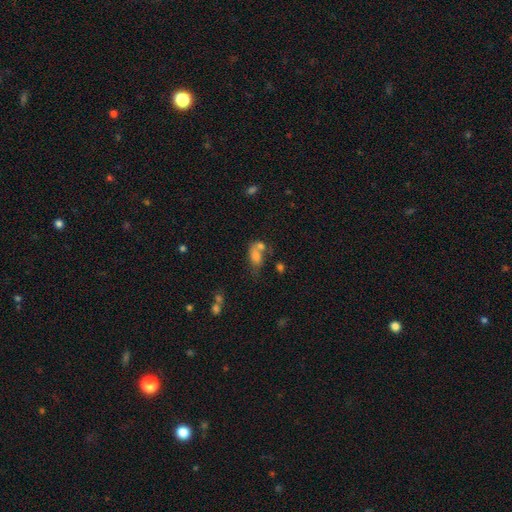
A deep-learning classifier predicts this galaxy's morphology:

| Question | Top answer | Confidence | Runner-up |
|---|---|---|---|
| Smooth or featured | smooth | 71% | featured or disk (16%) |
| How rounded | in between | 82% | round (13%) |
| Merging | merger | 44% | none (26%) |